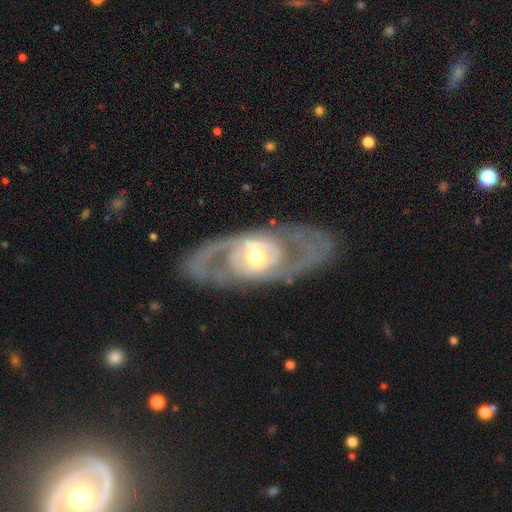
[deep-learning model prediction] smooth-or-featured: featured or disk: 86% | smooth: 9% | star or artifact: 4%
  disk-edge-on: no: 92% | yes: 8%
    bar: no: 48% | weak: 34% | strong: 18%
    has-spiral-arms: yes: 80% | no: 20%
      spiral-winding: medium: 43% | tight: 39% | loose: 18%
      spiral-arm-count: 2: 79% | can't tell: 12% | 1: 3% | 3: 3% | 4: 2% | more than 4: 1%
    bulge-size: moderate: 70% | small: 17% | large: 11% | dominant: 1% | none: 1%
  merging: none: 78% | minor disturbance: 13% | major disturbance: 8% | merger: 1%